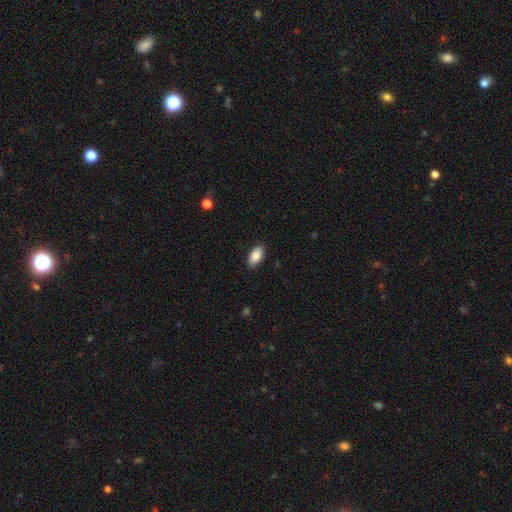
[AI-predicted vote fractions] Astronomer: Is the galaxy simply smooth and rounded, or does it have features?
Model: smooth — 87%.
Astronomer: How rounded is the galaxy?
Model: in between — 94%.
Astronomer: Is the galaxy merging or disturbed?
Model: none — 88%.